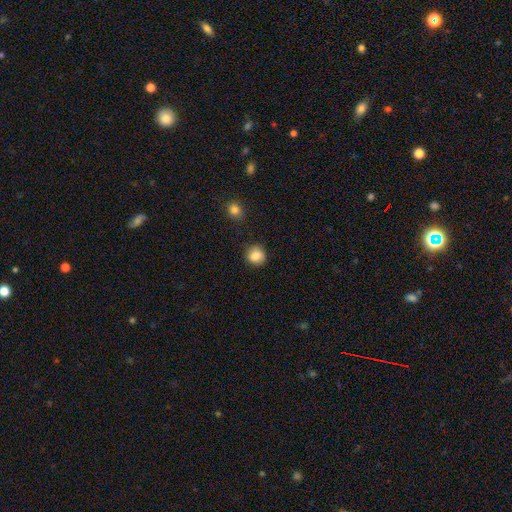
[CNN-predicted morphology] A smooth galaxy with no disk features (85%) that is round (88%).

Vote fractions:
- Smooth or featured? smooth: 85% / star or artifact: 9% / featured or disk: 5%
- How rounded? round: 88% / in between: 11% / cigar-shaped: 1%
- Merging? none: 85% / minor disturbance: 11% / major disturbance: 3% / merger: 2%